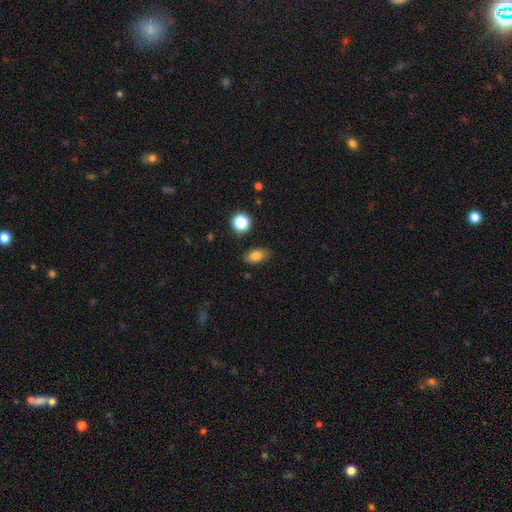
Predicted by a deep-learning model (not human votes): The model was most divided on "smooth or featured": smooth: 81%, star or artifact: 10%, featured or disk: 9%. More confident: how rounded — in between (86%); merging — none (84%).